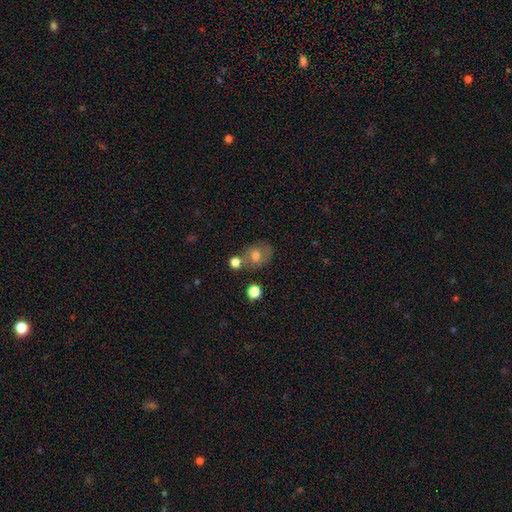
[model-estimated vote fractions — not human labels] Smooth or featured? Predicted: smooth (p=0.65). How rounded? Predicted: in between (p=0.51). Merging? Predicted: none (p=0.59).